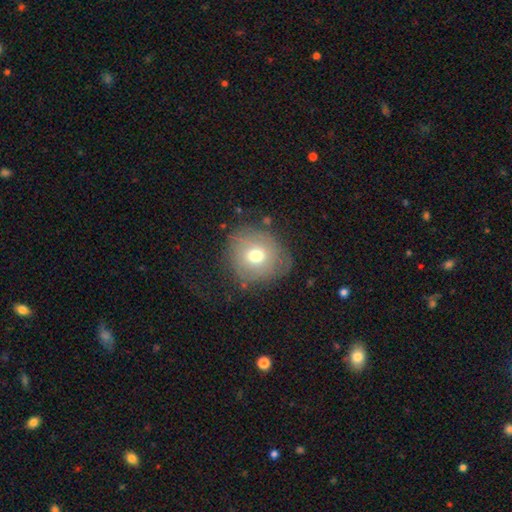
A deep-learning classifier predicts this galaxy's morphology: smooth 66%, featured or disk 22%, star or artifact 11%. Down the decision tree: how rounded — round (85%); merging — none (75%).